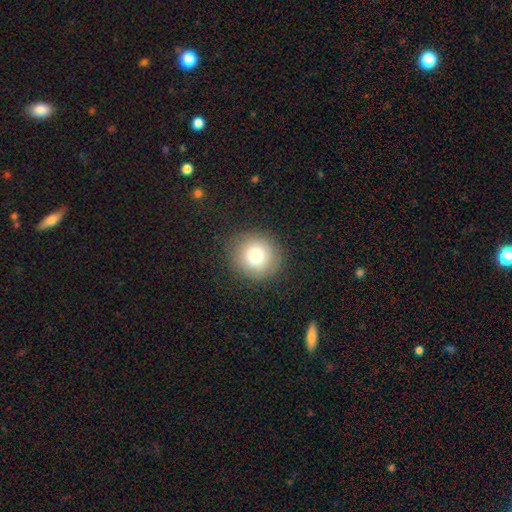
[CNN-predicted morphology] Smooth or featured?
  - smooth: 78% *
  - featured or disk: 12%
  - star or artifact: 10%
How rounded?
  - round: 92% *
  - in between: 7%
  - cigar-shaped: 1%
Merging?
  - none: 86% *
  - minor disturbance: 9%
  - major disturbance: 4%
  - merger: 1%